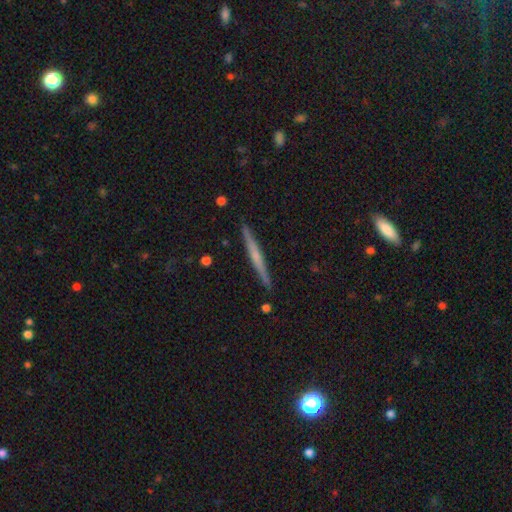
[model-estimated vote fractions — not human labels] Smooth or featured?
  - featured or disk: 56% *
  - smooth: 38%
  - star or artifact: 6%
Edge-on disk?
  - yes: 98% *
  - no: 2%
Edge-on bulge?
  - none: 56% *
  - rounded: 35%
  - boxy: 9%
Merging?
  - none: 91% *
  - minor disturbance: 7%
  - merger: 1%
  - major disturbance: 1%